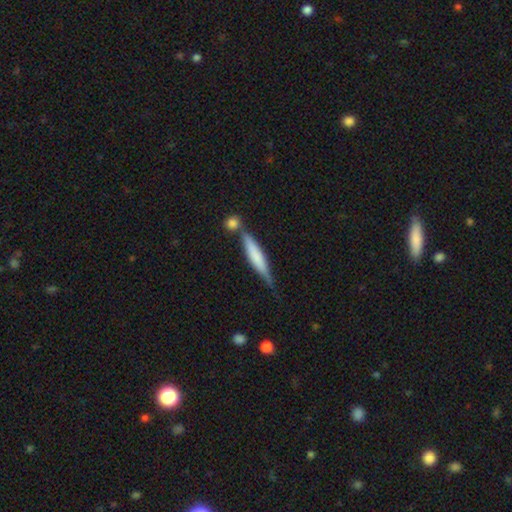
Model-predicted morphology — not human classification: The model was most divided on "smooth or featured": smooth: 58%, featured or disk: 37%, star or artifact: 6%. More confident: how rounded — cigar-shaped (89%); merging — none (61%).